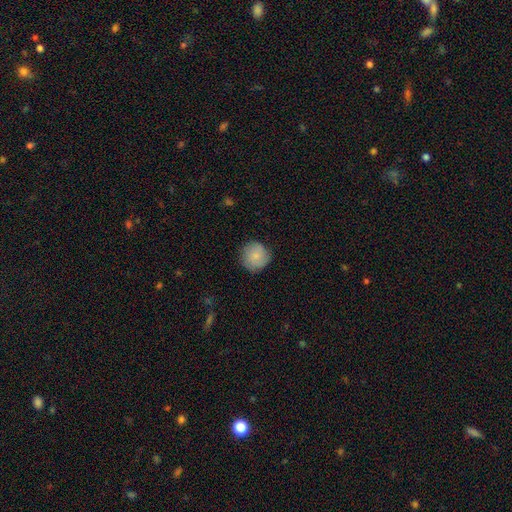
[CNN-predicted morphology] smooth 81%, featured or disk 12%, star or artifact 7%. Down the decision tree: how rounded — round (94%); merging — none (82%).